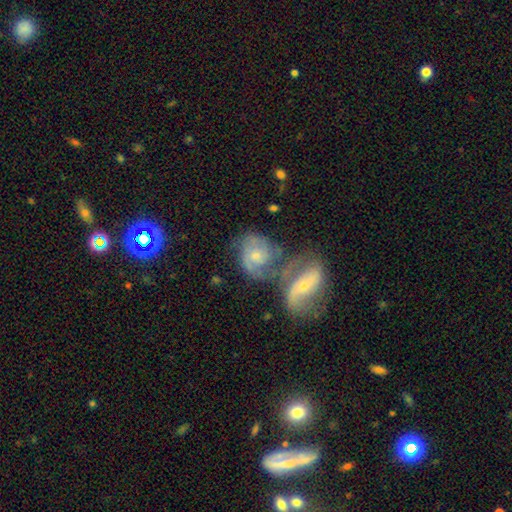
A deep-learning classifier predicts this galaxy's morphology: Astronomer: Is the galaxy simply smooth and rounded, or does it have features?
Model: featured or disk — 73%.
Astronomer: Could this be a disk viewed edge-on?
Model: no — 97%.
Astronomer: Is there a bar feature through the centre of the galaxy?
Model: no — 63%.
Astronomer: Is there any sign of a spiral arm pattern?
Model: yes — 91%.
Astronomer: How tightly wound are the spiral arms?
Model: medium — 47% (runner-up: tight, 35%).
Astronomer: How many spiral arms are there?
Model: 2 — 68%.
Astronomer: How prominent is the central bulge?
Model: small — 56% (runner-up: moderate, 37%).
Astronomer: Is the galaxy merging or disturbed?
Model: merger — 52% (runner-up: none, 28%).